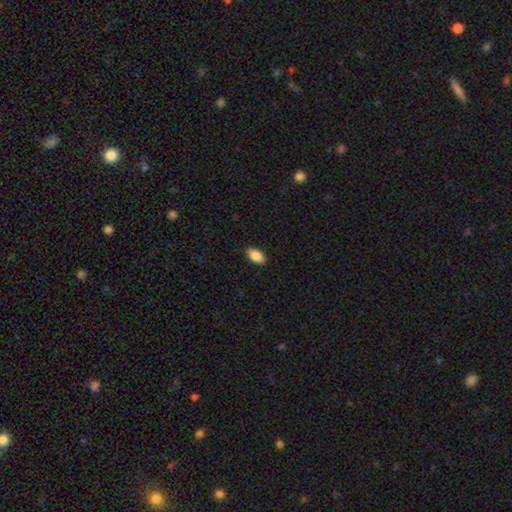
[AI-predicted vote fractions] This appears to be a smooth galaxy with no disk features (88%) that is in between round and cigar-shaped (92%). Merging: none (87%).